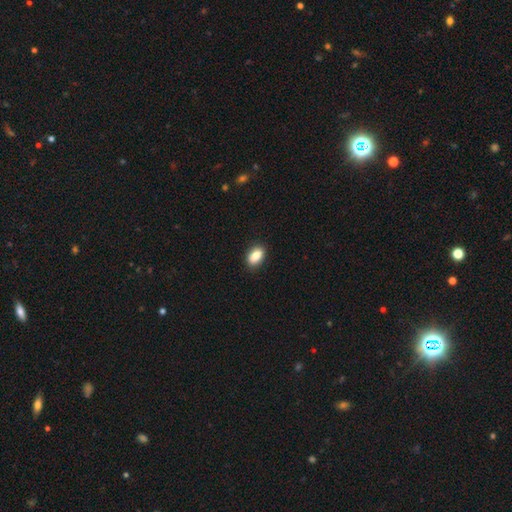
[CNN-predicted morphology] smooth-or-featured: smooth: 87% | star or artifact: 8% | featured or disk: 5%
  how-rounded: in between: 89% | round: 7% | cigar-shaped: 4%
  merging: none: 86% | minor disturbance: 10% | major disturbance: 2% | merger: 1%